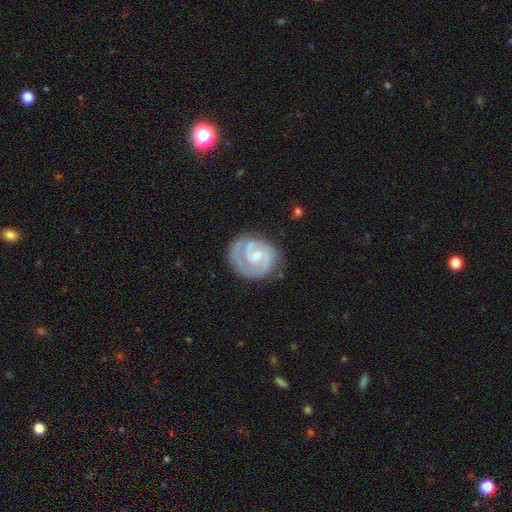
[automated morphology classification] Overall: featured or disk (87%). Edge-on disk: no (98%). Bar: weak (48%; no 42%). Spiral arms: yes (97%). Spiral arm count: 2 (68%). Spiral winding: tight (58%; medium 35%). Bulge size: small (60%; moderate 33%). Merging: none (72%).